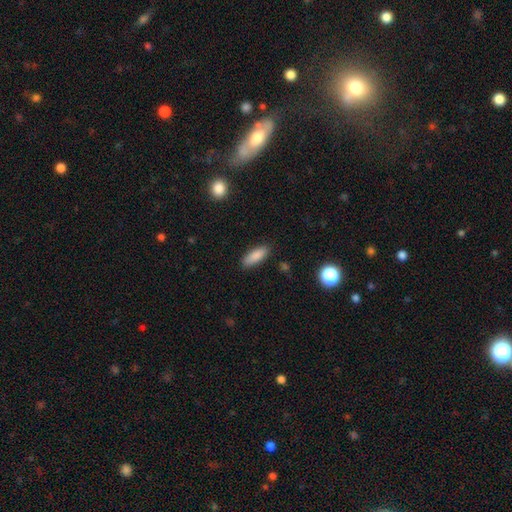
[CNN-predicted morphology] smooth 87%, star or artifact 7%, featured or disk 6%. Down the decision tree: how rounded — in between (68%); merging — none (87%).